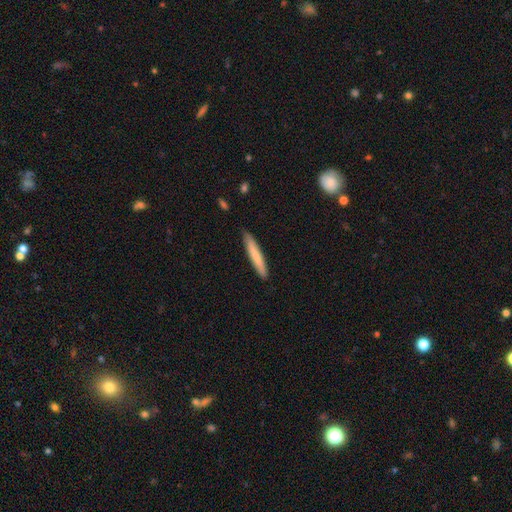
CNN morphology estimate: Smooth or featured: smooth — 76% (featured or disk — 19%)
How rounded: cigar-shaped — 94% (in between — 4%)
Merging: none — 88% (minor disturbance — 10%)